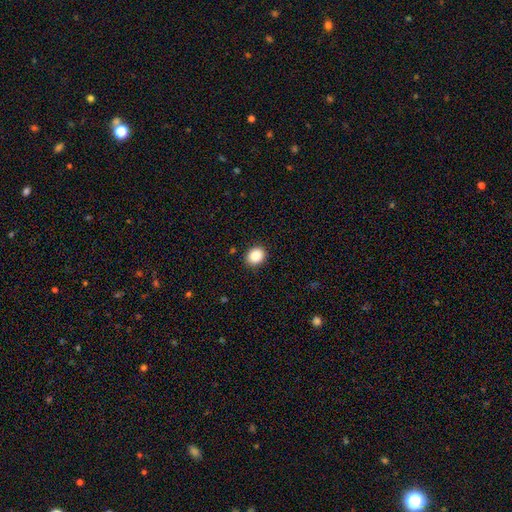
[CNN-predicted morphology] Overall: smooth (88%). How rounded: round (54%; in between 45%). Merging: none (89%).